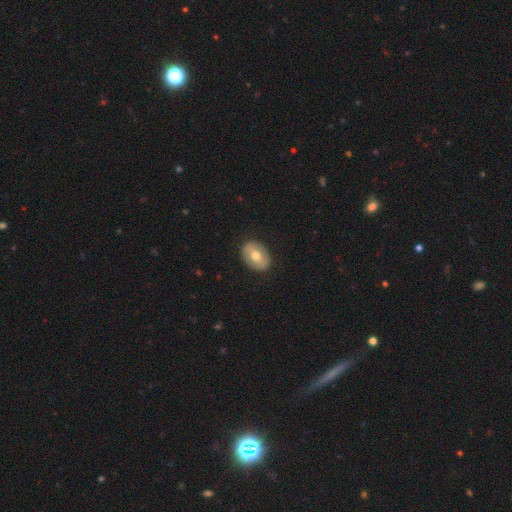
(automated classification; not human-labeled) smooth-or-featured: smooth: 52% | featured or disk: 42% | star or artifact: 6%
  how-rounded: in between: 73% | round: 26% | cigar-shaped: 1%
  merging: none: 87% | minor disturbance: 9% | major disturbance: 3% | merger: 1%